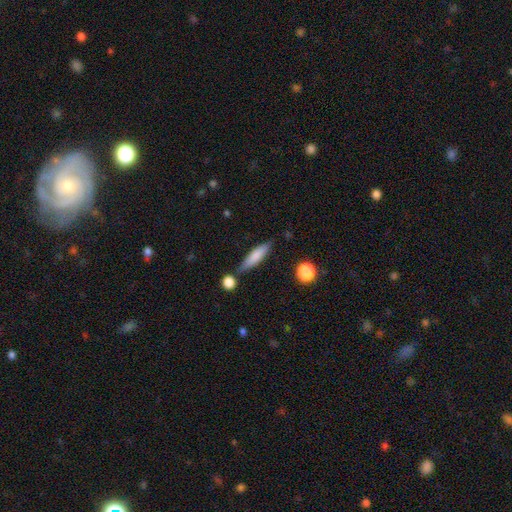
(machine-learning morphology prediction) A smooth galaxy with no disk features (72%) that is cigar-shaped (74%). Merging: none (73%).